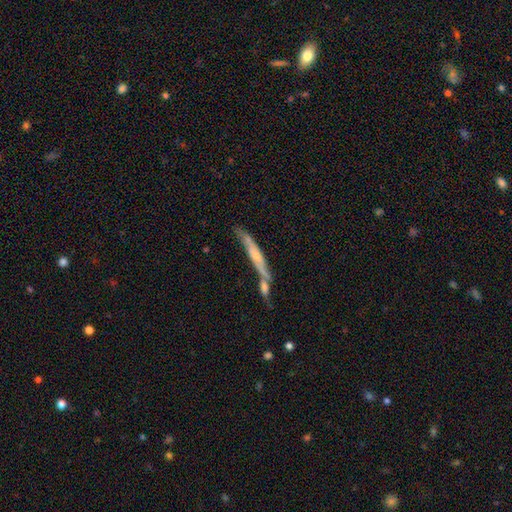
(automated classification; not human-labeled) smooth_or_featured: featured or disk (p=0.57) [alt: smooth p=0.36]
disk_edge_on: yes (p=0.85) [alt: no p=0.15]
merging: none (p=0.48) [alt: merger p=0.30]